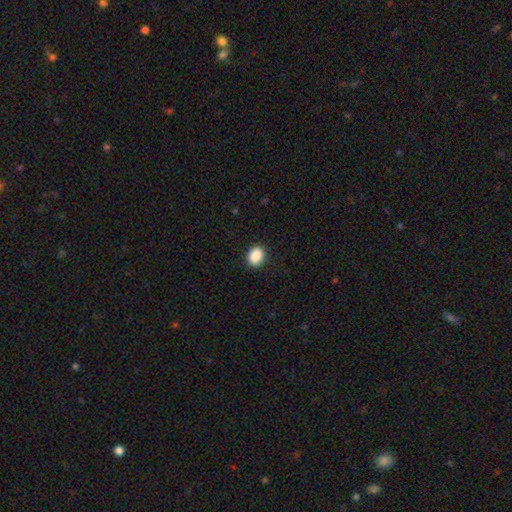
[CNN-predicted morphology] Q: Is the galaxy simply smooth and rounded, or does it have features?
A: smooth — 90%.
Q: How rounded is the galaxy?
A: in between — 61%.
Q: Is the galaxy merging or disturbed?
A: none — 90%.